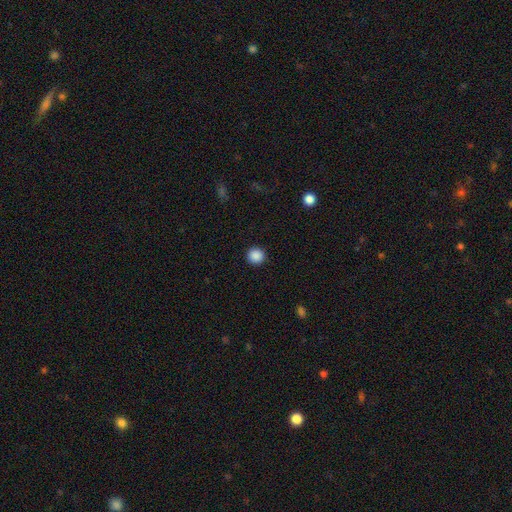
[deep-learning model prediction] smooth-or-featured: smooth: 88% | star or artifact: 9% | featured or disk: 2%
  how-rounded: round: 95% | in between: 4% | cigar-shaped: 1%
  merging: none: 93% | minor disturbance: 5% | major disturbance: 2% | merger: 1%